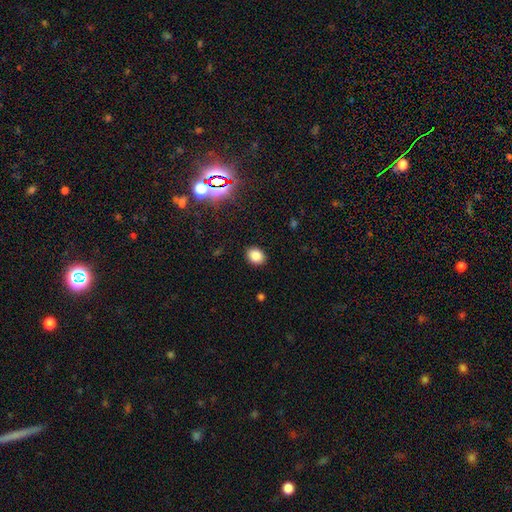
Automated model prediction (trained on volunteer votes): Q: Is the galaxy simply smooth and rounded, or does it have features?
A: smooth — 82%.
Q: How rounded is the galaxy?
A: in between — 52%.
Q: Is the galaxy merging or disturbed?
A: none — 89%.